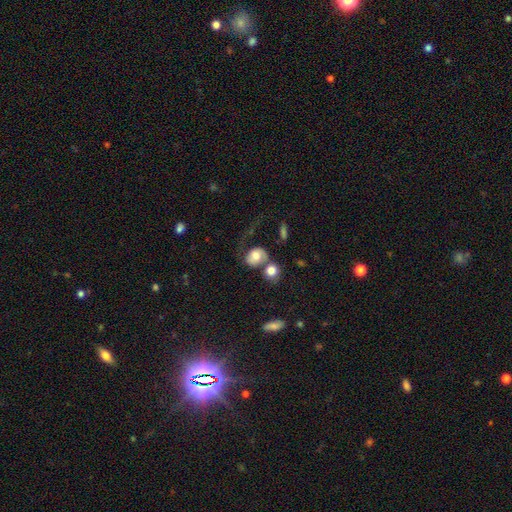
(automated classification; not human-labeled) A smooth galaxy with no disk features (61%) that is round (52%). Merging: merger (36%).